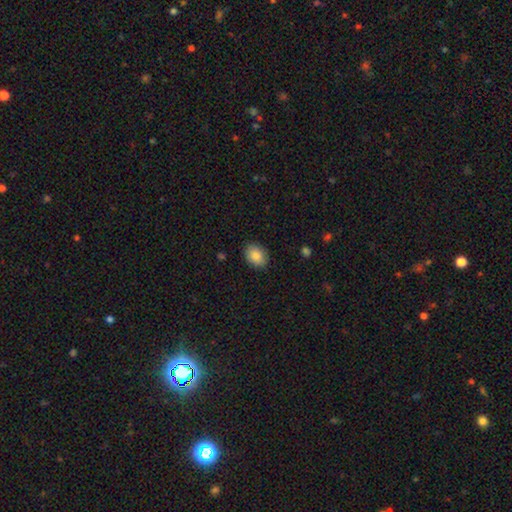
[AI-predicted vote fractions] smooth_or_featured: smooth (p=0.86) [alt: star or artifact p=0.07]
how_rounded: in between (p=0.66) [alt: round p=0.33]
merging: none (p=0.88) [alt: minor disturbance p=0.09]